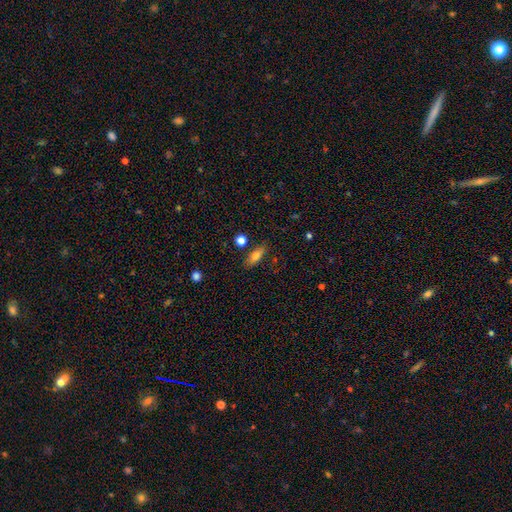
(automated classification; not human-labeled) Q: Smooth or featured?
A: smooth (76%); runner-up: featured or disk (15%)
Q: How rounded?
A: in between (73%); runner-up: cigar-shaped (23%)
Q: Merging?
A: none (82%); runner-up: minor disturbance (12%)